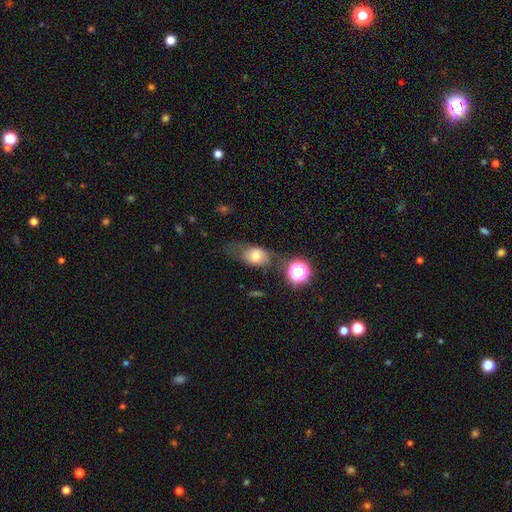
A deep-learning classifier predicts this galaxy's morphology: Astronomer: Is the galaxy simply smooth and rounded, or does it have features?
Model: smooth — 68%.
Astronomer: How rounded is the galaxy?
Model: in between — 64%.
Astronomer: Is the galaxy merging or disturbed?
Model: none — 47% (runner-up: minor disturbance, 27%).